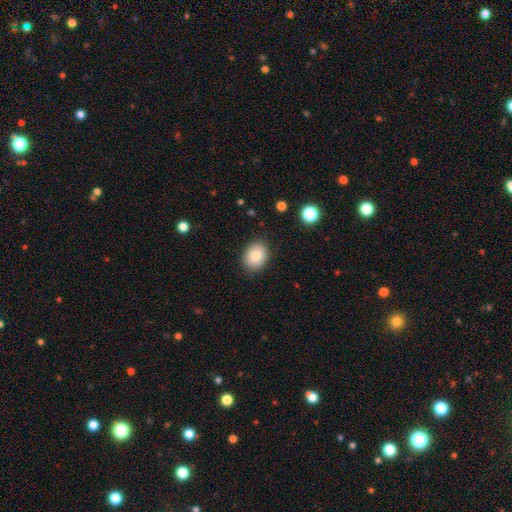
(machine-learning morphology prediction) This appears to be a smooth galaxy with no disk features (82%) that is in between round and cigar-shaped (56%). Merging: none (85%).